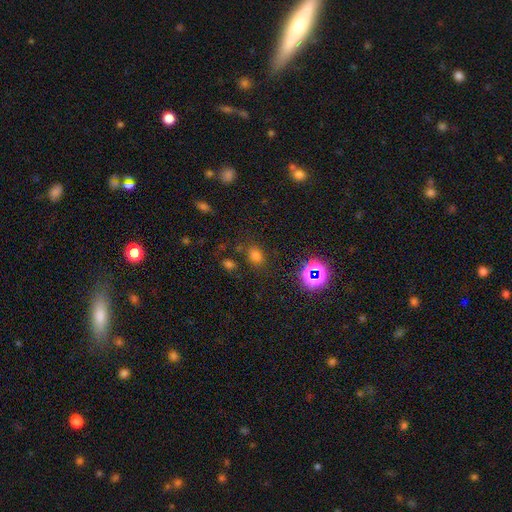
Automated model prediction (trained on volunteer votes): Smooth or featured: smooth — 66% (star or artifact — 27%)
How rounded: in between — 60% (round — 38%)
Merging: none — 77% (minor disturbance — 13%)